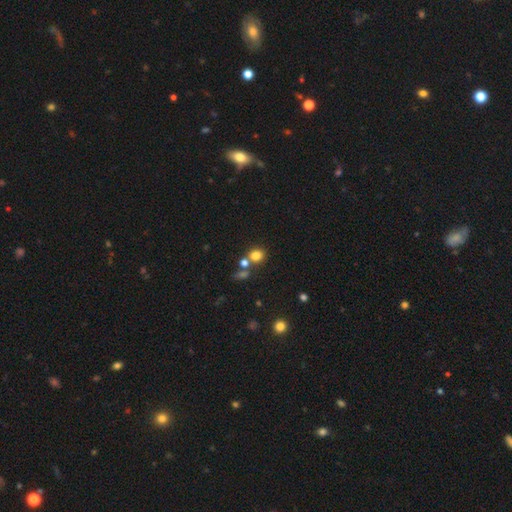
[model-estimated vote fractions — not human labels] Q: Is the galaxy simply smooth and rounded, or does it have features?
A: smooth — 79%.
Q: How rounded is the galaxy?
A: round — 79%.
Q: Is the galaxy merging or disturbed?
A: none — 63%.